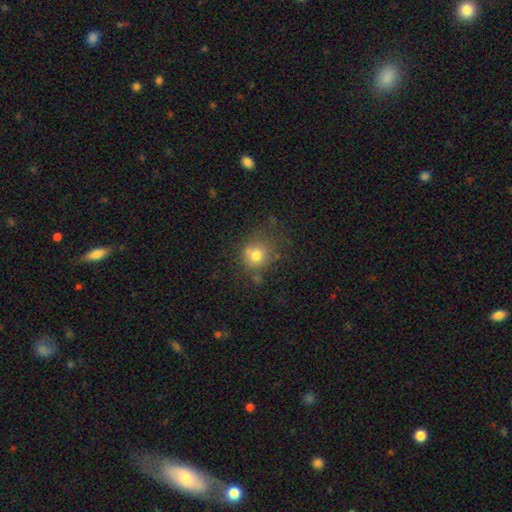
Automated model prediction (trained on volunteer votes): A smooth galaxy with no disk features (75%) that is round (83%).

Vote fractions:
- Smooth or featured? smooth: 75% / star or artifact: 14% / featured or disk: 11%
- How rounded? round: 83% / in between: 16% / cigar-shaped: 1%
- Merging? none: 62% / minor disturbance: 19% / merger: 11% / major disturbance: 8%